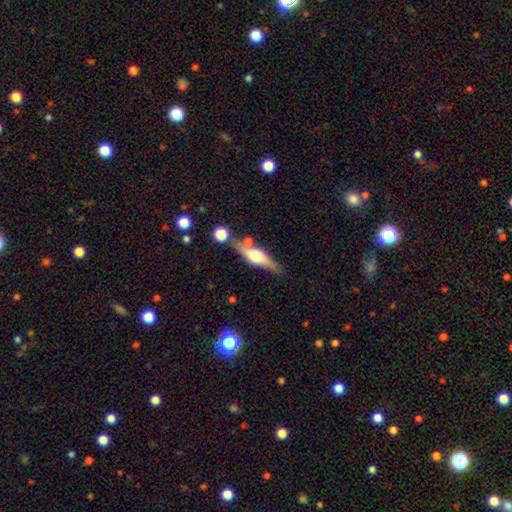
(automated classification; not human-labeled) The model was most divided on "smooth or featured": featured or disk: 67%, smooth: 26%, star or artifact: 6%. More confident: edge-on disk — yes (94%); edge-on bulge — rounded (93%); merging — none (72%).